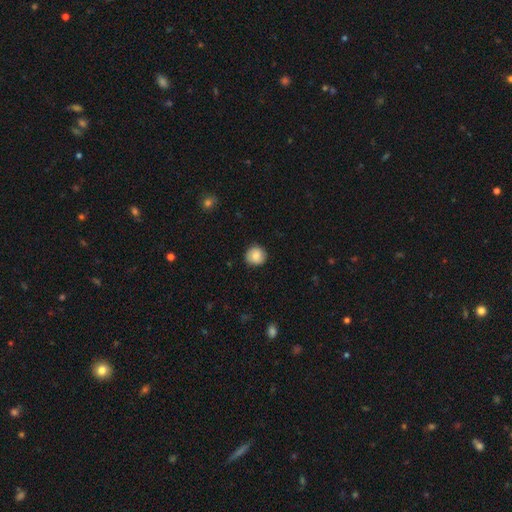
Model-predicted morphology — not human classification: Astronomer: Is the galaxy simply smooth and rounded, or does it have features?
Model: smooth — 83%.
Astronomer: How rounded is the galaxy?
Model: round — 92%.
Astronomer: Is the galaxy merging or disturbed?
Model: none — 88%.